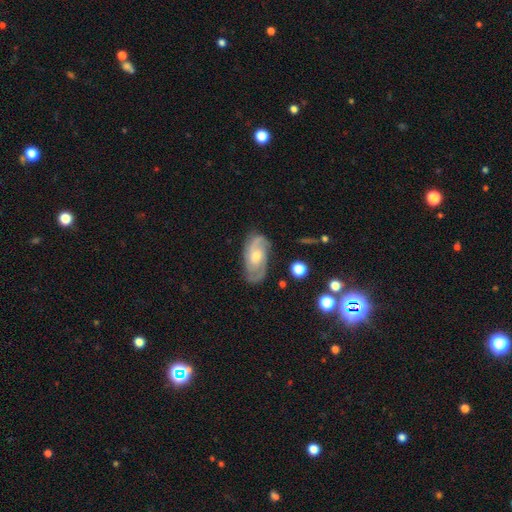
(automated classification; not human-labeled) Smooth or featured? featured or disk (80%)
Edge-on disk? no (95%)
Bar? no (64%)
Spiral arms? yes (95%)
Spiral winding? tight (45%)
Spiral arm count? 2 (70%)
Bulge size? moderate (51%)
Merging? none (78%)